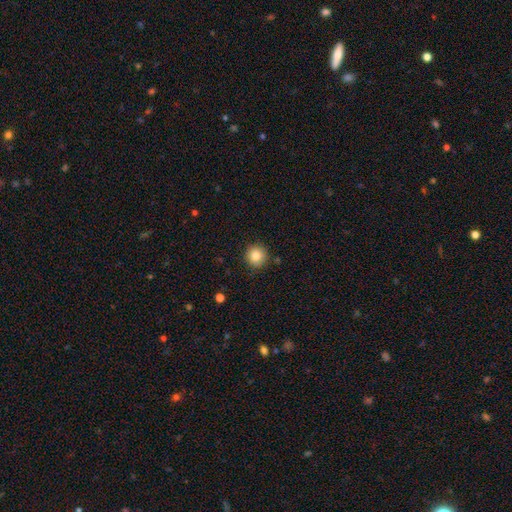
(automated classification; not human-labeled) Morphology: type=smooth (85%); roundness=round (94%); merging=none (89%).